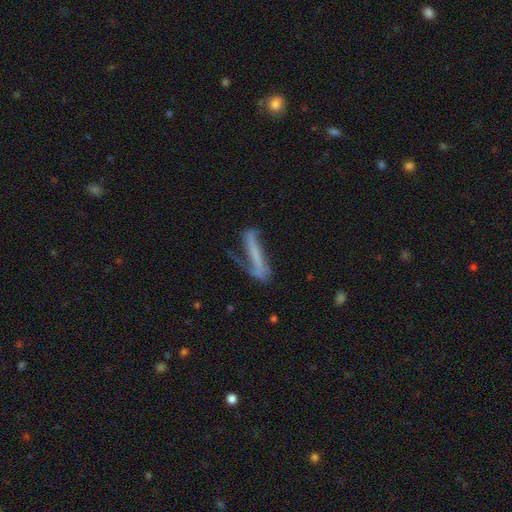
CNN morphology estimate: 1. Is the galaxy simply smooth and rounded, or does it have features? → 51% featured or disk, 39% smooth, 10% star or artifact.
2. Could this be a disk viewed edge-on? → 59% no, 41% yes.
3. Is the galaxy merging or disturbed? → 35% none (tied), 35% major disturbance (tied), 23% minor disturbance, 7% merger.